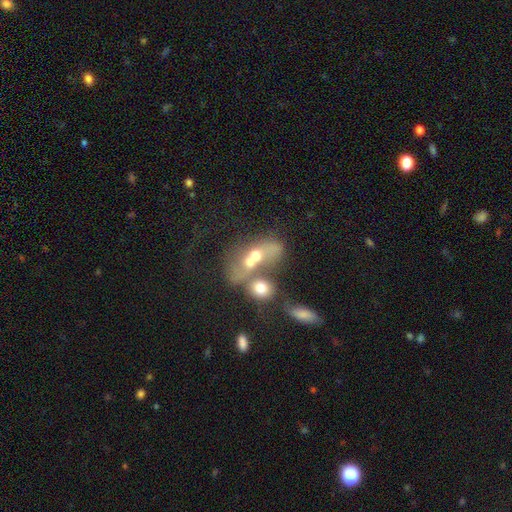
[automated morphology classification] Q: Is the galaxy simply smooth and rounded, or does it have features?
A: smooth — 44%.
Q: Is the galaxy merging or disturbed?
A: merger — 67%.